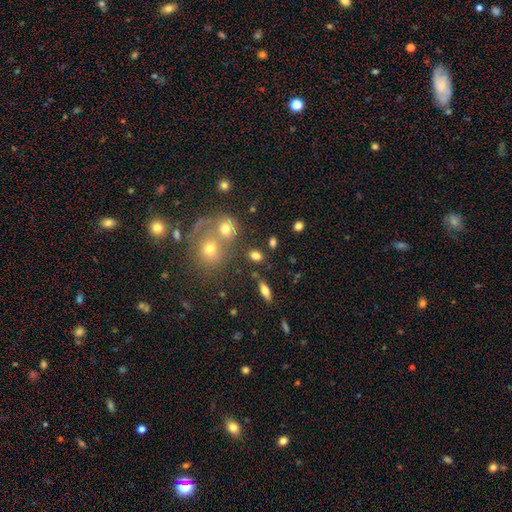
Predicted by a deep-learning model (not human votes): A smooth galaxy with no disk features (74%) that is in between round and cigar-shaped (68%). Merging: none (68%).